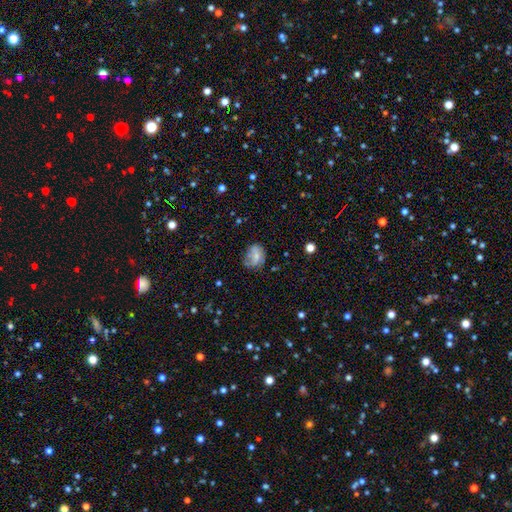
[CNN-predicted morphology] Smooth or featured?
  - smooth: 58% *
  - featured or disk: 32%
  - star or artifact: 10%
How rounded?
  - in between: 55% *
  - round: 44%
  - cigar-shaped: 1%
Merging?
  - none: 53% *
  - minor disturbance: 30%
  - major disturbance: 13%
  - merger: 3%